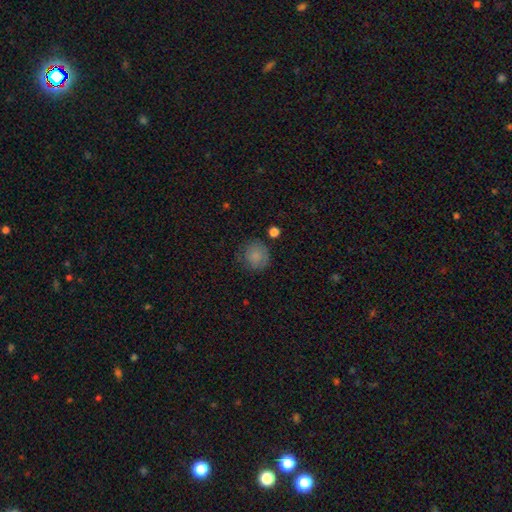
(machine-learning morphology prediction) The model was most divided on "merging": none: 73%, minor disturbance: 18%, major disturbance: 6%, merger: 3%. More confident: how rounded — round (89%); smooth or featured — smooth (80%).